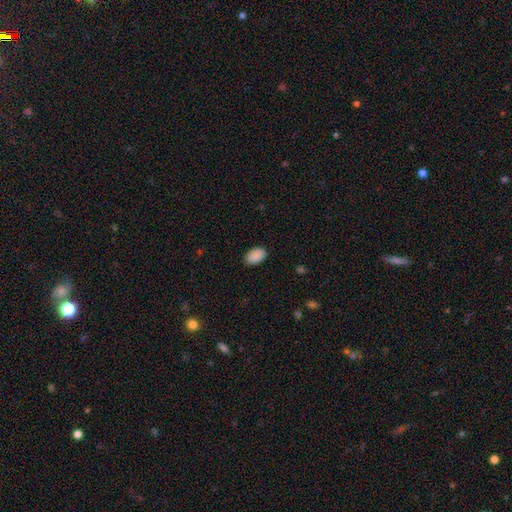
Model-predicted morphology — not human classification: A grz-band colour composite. It shows a smooth galaxy with no disk features (90%) that is in between round and cigar-shaped (92%). Merging: none (85%).